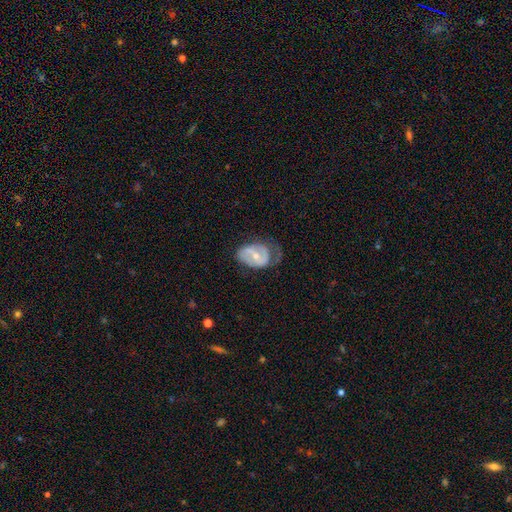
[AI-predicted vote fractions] This is likely a featured or disk galaxy (66%). It is clearly not viewed edge-on (96%). Bar: marginally weak (45%). Spiral arm pattern: likely yes (70%). Central bulge: possibly moderate (48%, tied with small). Merging: marginally none (37%).